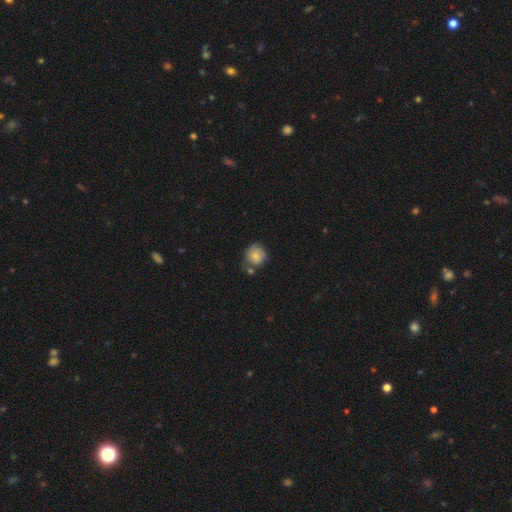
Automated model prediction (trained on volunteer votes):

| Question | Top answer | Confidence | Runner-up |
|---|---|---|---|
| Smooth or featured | smooth | 76% | featured or disk (16%) |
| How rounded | round | 86% | in between (13%) |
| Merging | none | 54% | minor disturbance (24%) |